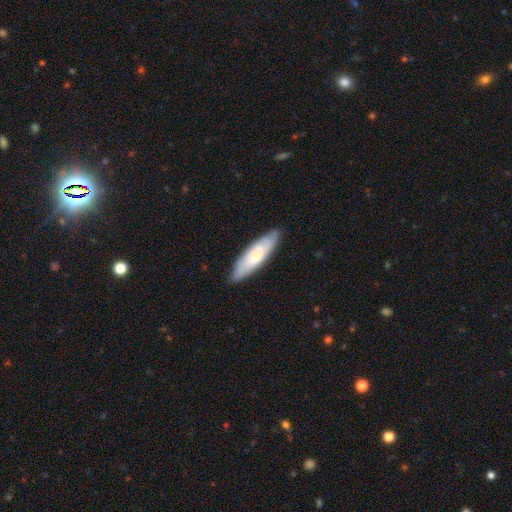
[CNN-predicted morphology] Q: Smooth or featured?
A: smooth (57%); runner-up: featured or disk (38%)
Q: How rounded?
A: cigar-shaped (60%); runner-up: in between (39%)
Q: Merging?
A: none (81%); runner-up: minor disturbance (15%)